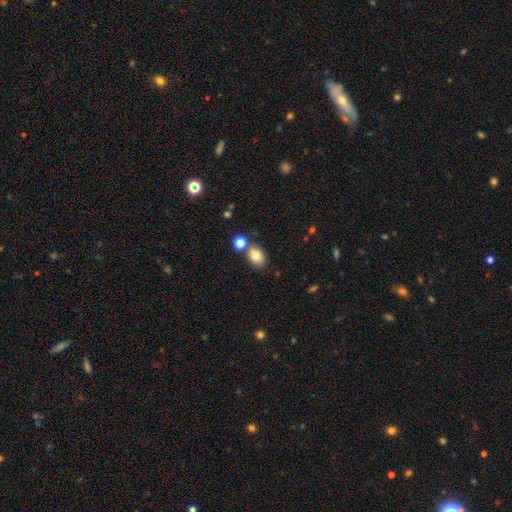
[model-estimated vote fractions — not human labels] Smooth or featured? smooth (79%)
How rounded? in between (67%)
Merging? none (68%)